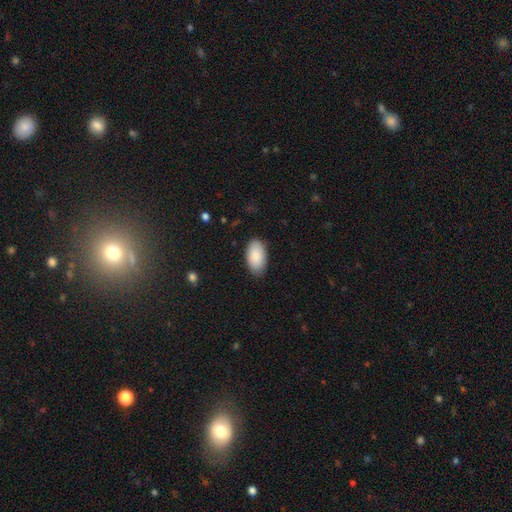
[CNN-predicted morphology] Smooth or featured? Predicted: smooth (p=0.89). How rounded? Predicted: in between (p=0.96). Merging? Predicted: none (p=0.84).